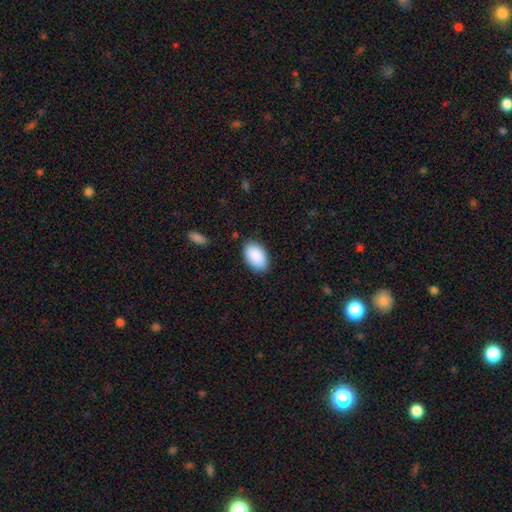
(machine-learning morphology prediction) smooth_or_featured: smooth (p=0.91) [alt: star or artifact p=0.06]
how_rounded: in between (p=0.94) [alt: round p=0.04]
merging: none (p=0.85) [alt: minor disturbance p=0.11]